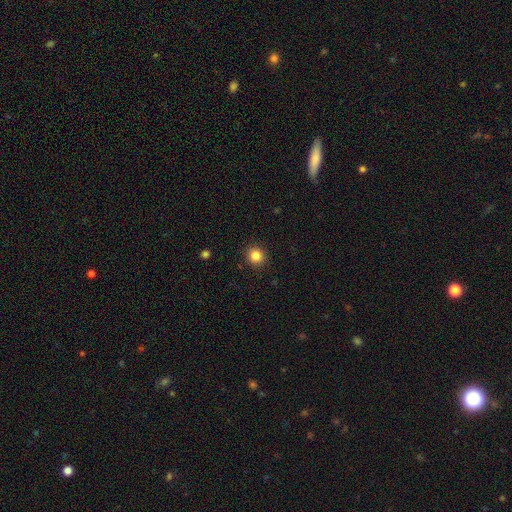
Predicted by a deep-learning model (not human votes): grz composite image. It shows a smooth galaxy with no disk features (84%) that is round (90%). Merging: none (91%).